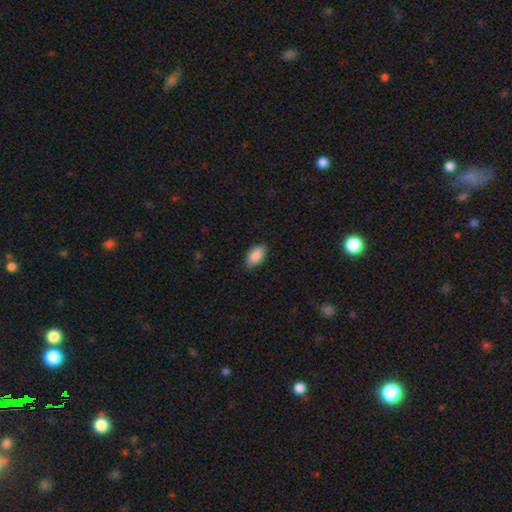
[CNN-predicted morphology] This appears to be a smooth galaxy with no disk features (89%) that is in between round and cigar-shaped (94%). Merging: none (80%).